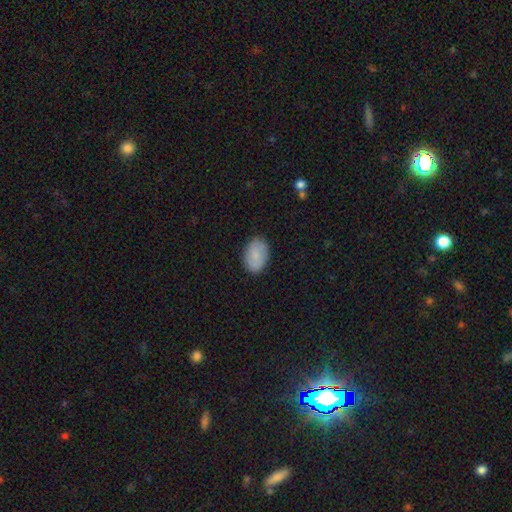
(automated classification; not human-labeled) smooth 86%, featured or disk 7%, star or artifact 7%. Down the decision tree: how rounded — in between (88%); merging — none (86%).